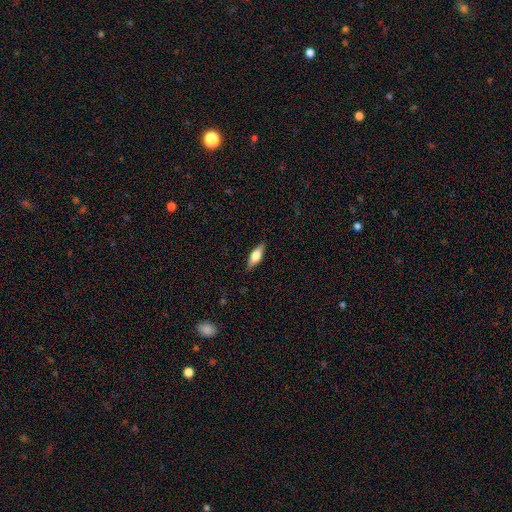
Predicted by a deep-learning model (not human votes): Morphology: type=smooth (64%); roundness=in between (63%); merging=none (86%).